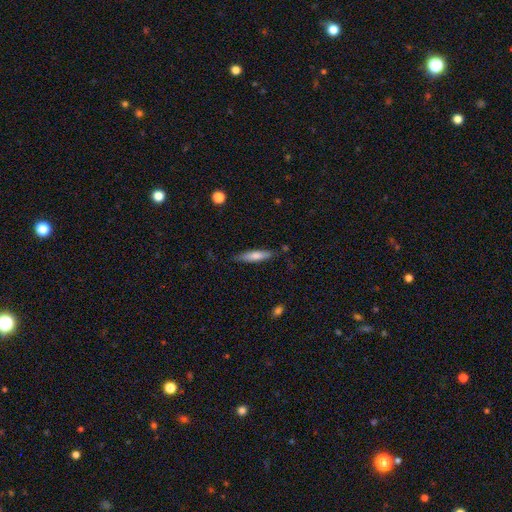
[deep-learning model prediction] smooth_or_featured: smooth (p=0.69) [alt: featured or disk p=0.26]
how_rounded: cigar-shaped (p=0.81) [alt: in between p=0.17]
merging: none (p=0.82) [alt: minor disturbance p=0.14]